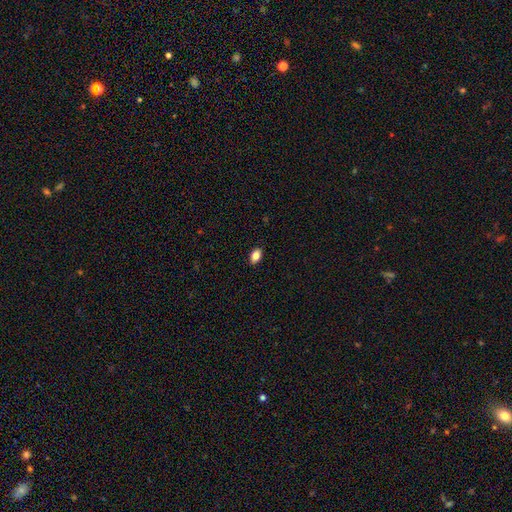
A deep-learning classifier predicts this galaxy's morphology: Overall: smooth (84%). How rounded: in between (86%). Merging: none (89%).